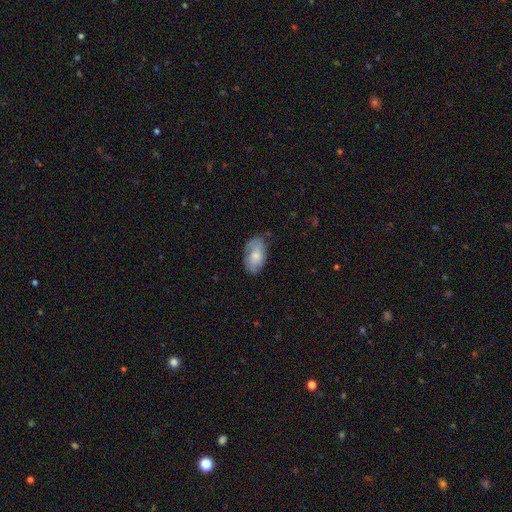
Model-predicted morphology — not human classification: Smooth or featured?
  - smooth: 62% *
  - featured or disk: 32%
  - star or artifact: 7%
How rounded?
  - in between: 92% *
  - round: 6%
  - cigar-shaped: 2%
Merging?
  - none: 66% *
  - minor disturbance: 25%
  - major disturbance: 7%
  - merger: 2%